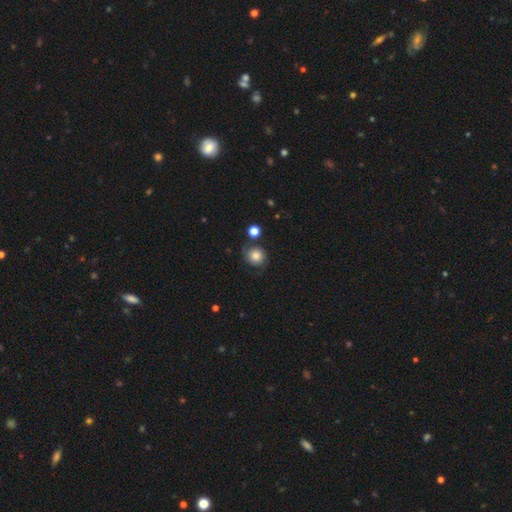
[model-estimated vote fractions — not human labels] Smooth or featured? smooth (75%)
How rounded? round (85%)
Merging? none (68%)